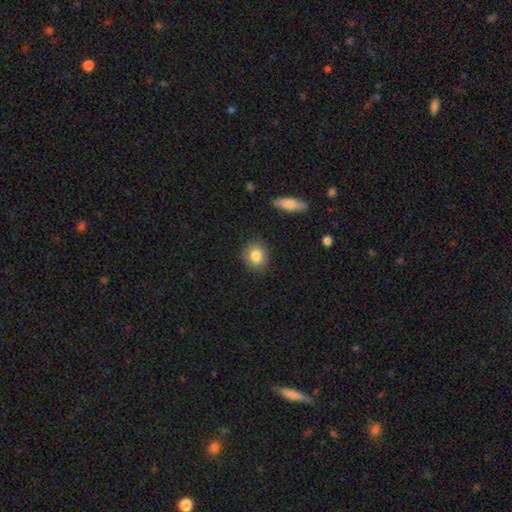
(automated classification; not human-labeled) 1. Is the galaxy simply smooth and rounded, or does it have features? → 85% smooth, 8% star or artifact, 7% featured or disk.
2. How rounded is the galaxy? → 72% round, 26% in between, 1% cigar-shaped.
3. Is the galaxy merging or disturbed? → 86% none, 10% minor disturbance, 2% major disturbance, 2% merger.